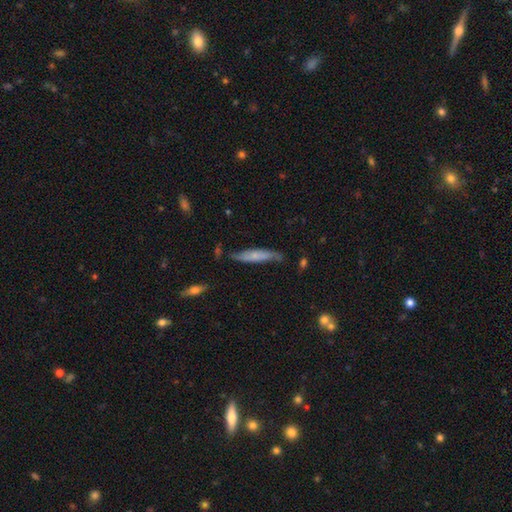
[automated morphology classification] Smooth or featured: smooth — 51% (featured or disk — 43%)
How rounded: cigar-shaped — 82% (in between — 16%)
Merging: none — 64% (minor disturbance — 26%)